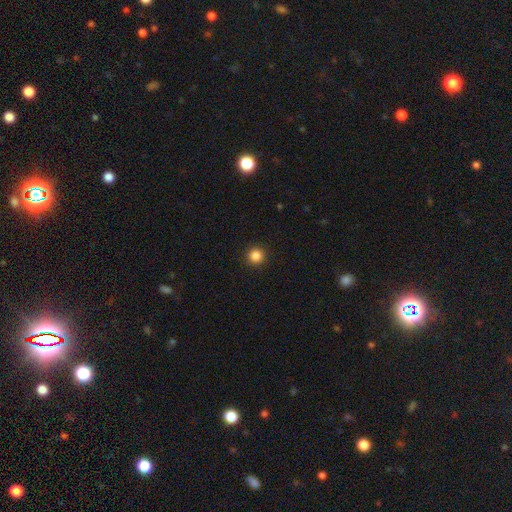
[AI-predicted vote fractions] smooth-or-featured: smooth: 86% | star or artifact: 11% | featured or disk: 3%
  how-rounded: round: 96% | in between: 3% | cigar-shaped: 1%
  merging: none: 93% | minor disturbance: 4% | major disturbance: 2% | merger: 1%